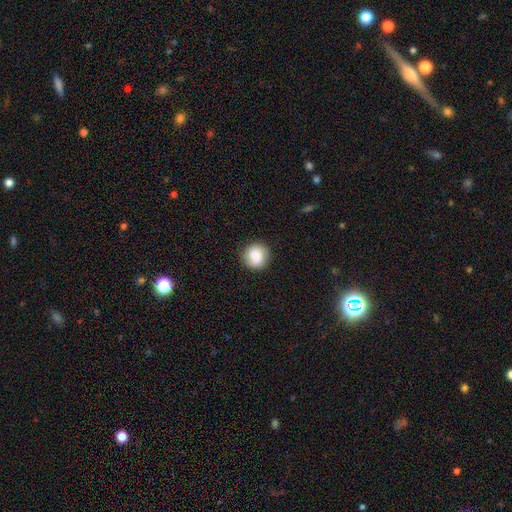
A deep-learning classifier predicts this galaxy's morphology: Smooth or featured: smooth — 75% (featured or disk — 17%)
How rounded: round — 93% (in between — 6%)
Merging: none — 88% (minor disturbance — 9%)